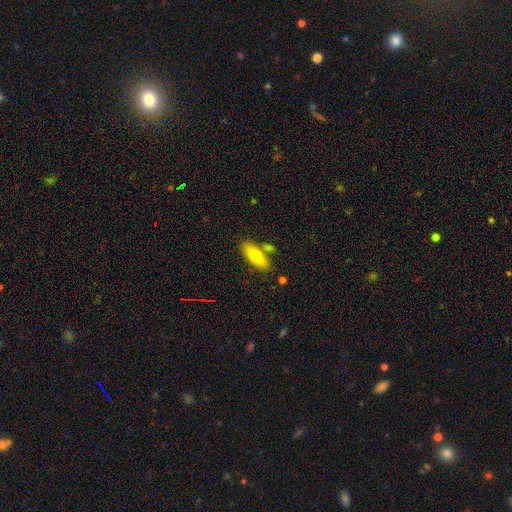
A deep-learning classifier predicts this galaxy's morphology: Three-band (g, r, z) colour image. It shows a smooth galaxy with no disk features (68%) that is in between round and cigar-shaped (78%). Merging: none (75%).